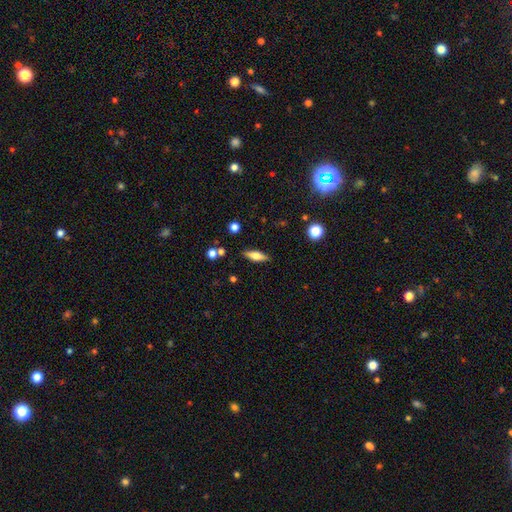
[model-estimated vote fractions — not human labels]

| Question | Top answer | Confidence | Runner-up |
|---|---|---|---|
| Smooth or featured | smooth | 54% | featured or disk (38%) |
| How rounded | in between | 51% | cigar-shaped (45%) |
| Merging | none | 86% | minor disturbance (9%) |